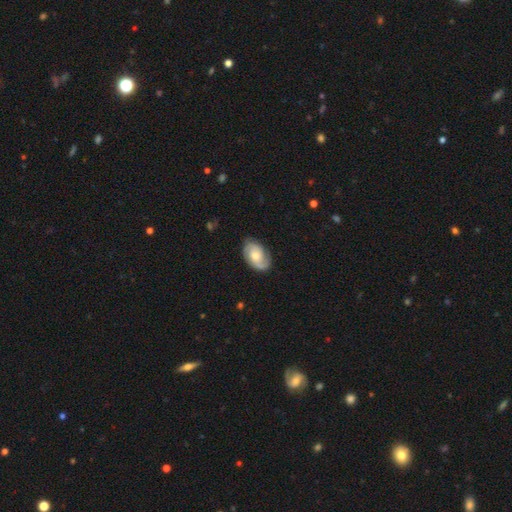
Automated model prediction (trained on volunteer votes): This appears to be a featured or disk galaxy (71%) with no bar (69%), 2 (71%) tight (46%) spiral arms (91%) and a moderate central bulge (62%). Merging: none (77%).